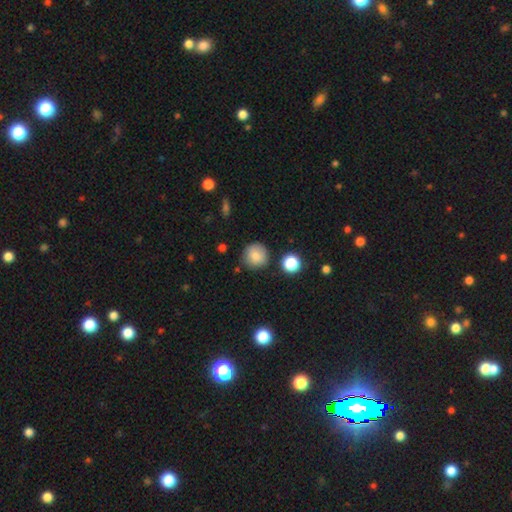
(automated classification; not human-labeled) A smooth galaxy with no disk features (83%) that is round (93%). Merging: none (84%).